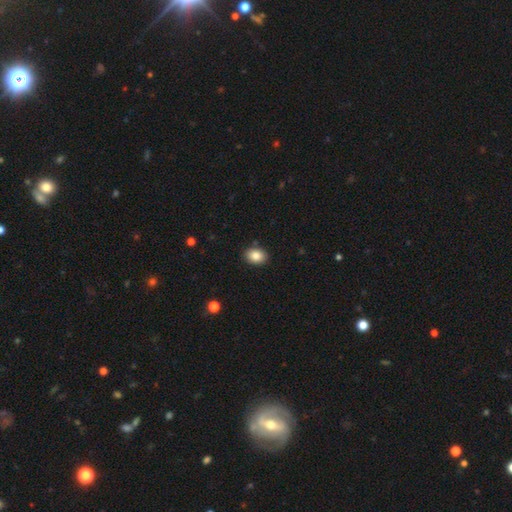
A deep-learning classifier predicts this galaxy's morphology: Smooth or featured?
  - smooth: 86% *
  - star or artifact: 8%
  - featured or disk: 6%
How rounded?
  - in between: 67% *
  - round: 32%
  - cigar-shaped: 1%
Merging?
  - none: 88% *
  - minor disturbance: 8%
  - major disturbance: 2%
  - merger: 2%